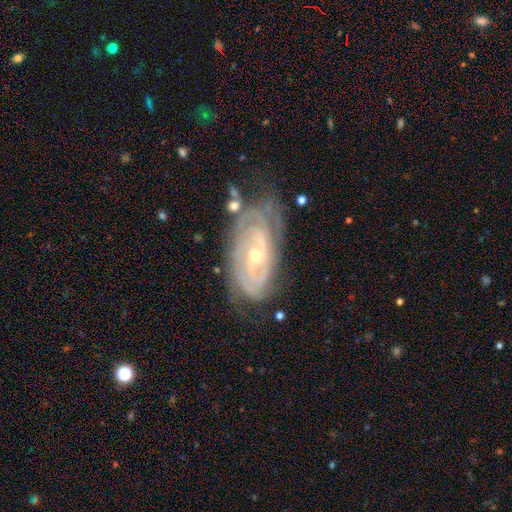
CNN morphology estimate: Smooth or featured? Predicted: featured or disk (p=0.86). Edge-on disk? Predicted: no (p=0.94). Bar? Predicted: no (p=0.53). Spiral arms? Predicted: yes (p=0.94). Spiral winding? Predicted: tight (p=0.75). Spiral arm count? Predicted: can't tell (p=0.37). Bulge size? Predicted: small (p=0.55). Merging? Predicted: none (p=0.64).